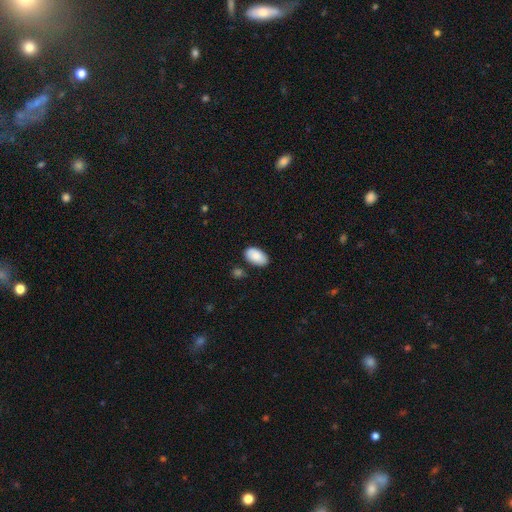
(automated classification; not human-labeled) Smooth or featured: smooth — 88% (star or artifact — 6%)
How rounded: in between — 95% (round — 4%)
Merging: none — 79% (minor disturbance — 14%)